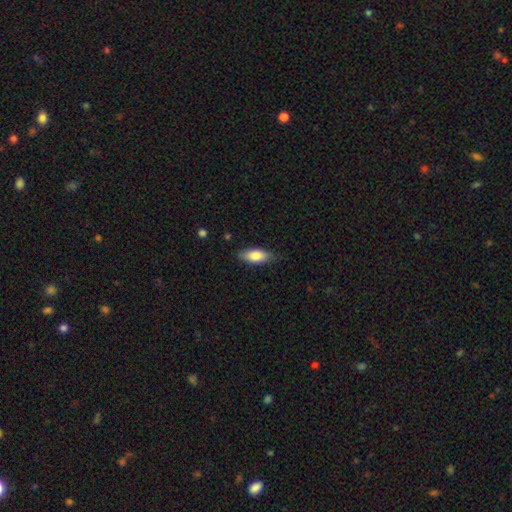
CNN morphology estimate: Smooth or featured? smooth (79%)
How rounded? in between (80%)
Merging? none (78%)